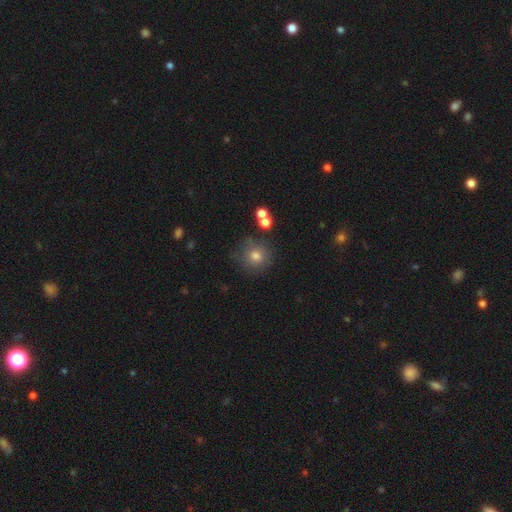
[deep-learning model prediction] Smooth or featured? smooth (77%)
How rounded? round (92%)
Merging? none (77%)